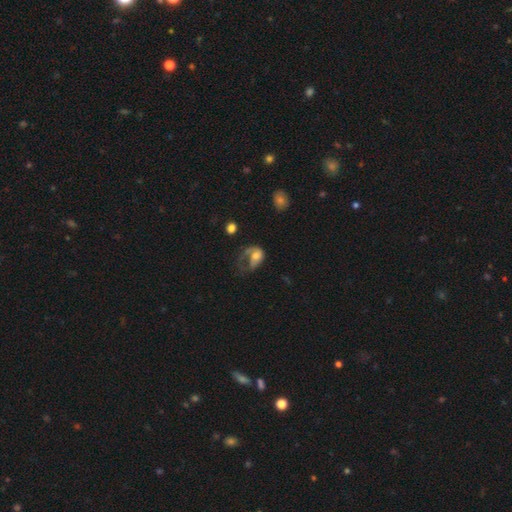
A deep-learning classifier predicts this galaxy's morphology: The model was most divided on "smooth or featured": smooth: 46%, featured or disk: 45%, star or artifact: 8%. More confident: merging — major disturbance (64%).